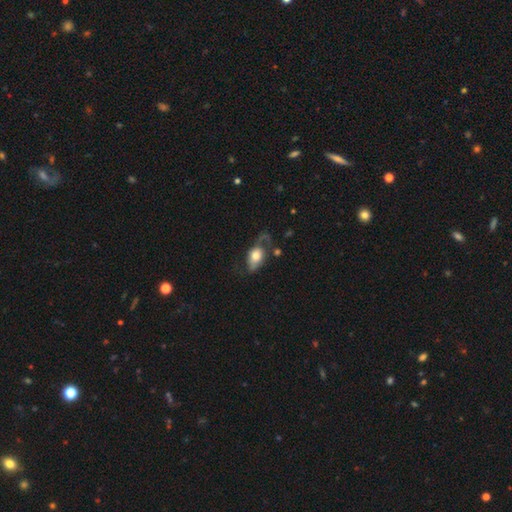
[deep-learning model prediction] smooth-or-featured: smooth: 52% | featured or disk: 41% | star or artifact: 7%
  how-rounded: in between: 76% | round: 22% | cigar-shaped: 3%
  merging: major disturbance: 37% | none: 34% | minor disturbance: 23% | merger: 6%